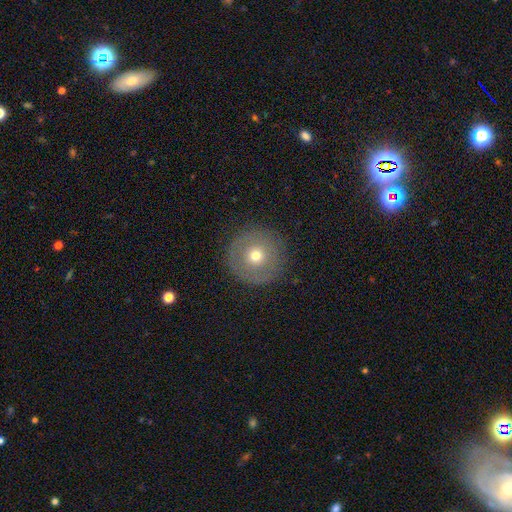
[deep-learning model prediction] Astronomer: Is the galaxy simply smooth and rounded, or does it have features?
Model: smooth — 59%.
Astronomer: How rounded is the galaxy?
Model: round — 96%.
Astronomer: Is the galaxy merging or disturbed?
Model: none — 87%.